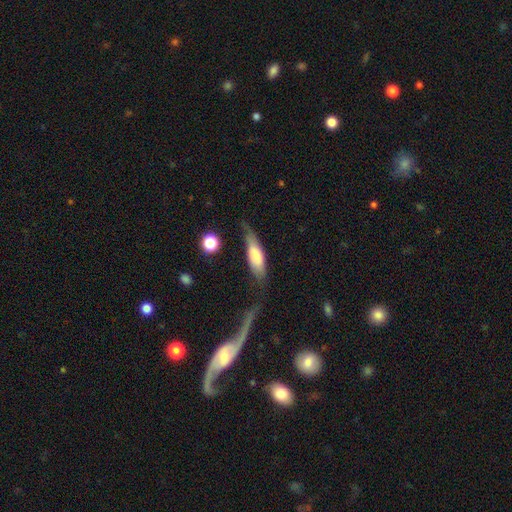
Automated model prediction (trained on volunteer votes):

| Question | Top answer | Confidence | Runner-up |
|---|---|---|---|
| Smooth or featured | smooth | 67% | featured or disk (26%) |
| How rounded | in between | 52% | cigar-shaped (46%) |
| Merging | none | 52% | minor disturbance (29%) |